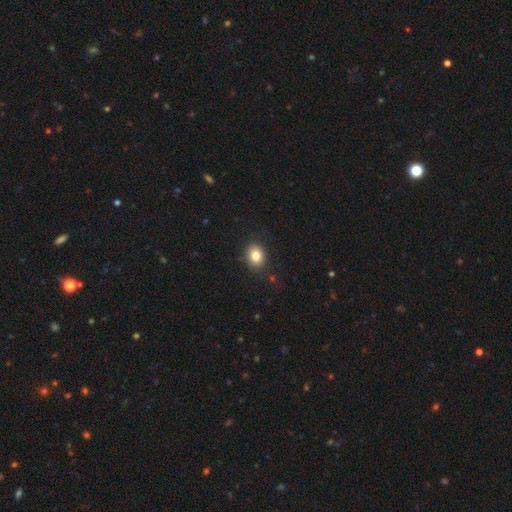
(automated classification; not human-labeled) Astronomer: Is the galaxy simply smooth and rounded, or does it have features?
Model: smooth — 84%.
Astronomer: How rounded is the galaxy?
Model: in between — 55% (runner-up: round, 44%).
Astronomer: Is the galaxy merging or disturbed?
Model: none — 86%.